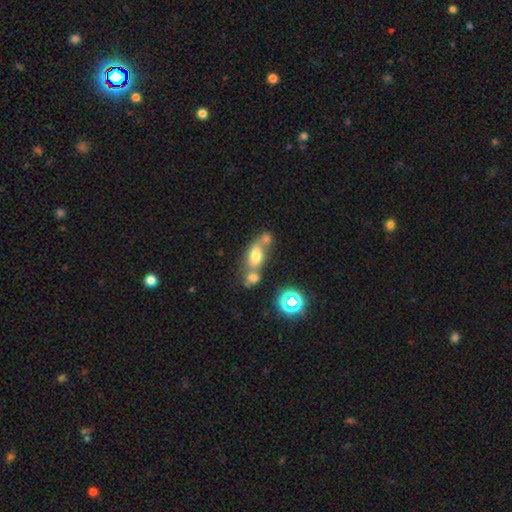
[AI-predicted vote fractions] A smooth galaxy with no disk features (66%) that is in between round and cigar-shaped (76%).

Vote fractions:
- Smooth or featured? smooth: 66% / featured or disk: 19% / star or artifact: 16%
- How rounded? in between: 76% / round: 18% / cigar-shaped: 6%
- Merging? merger: 50% / none: 33% / minor disturbance: 11% / major disturbance: 6%